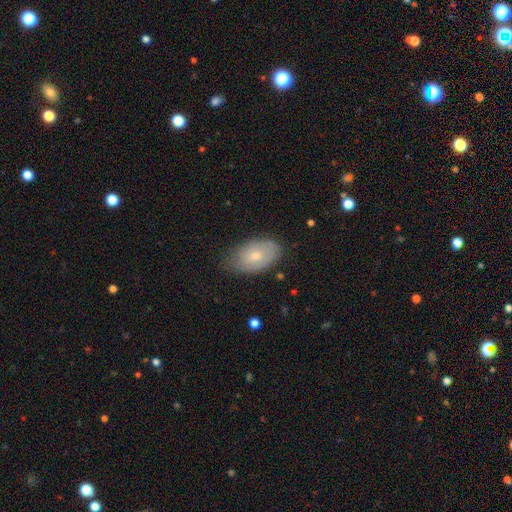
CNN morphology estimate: type=smooth (59%); roundness=in between (91%); merging=none (70%).